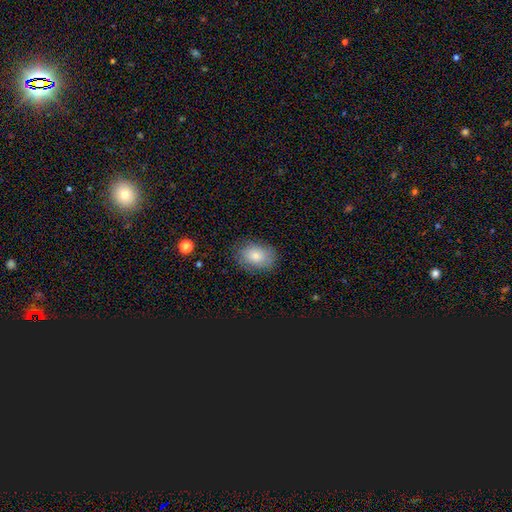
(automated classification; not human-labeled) Overall: smooth (76%). How rounded: in between (77%). Merging: none (78%).